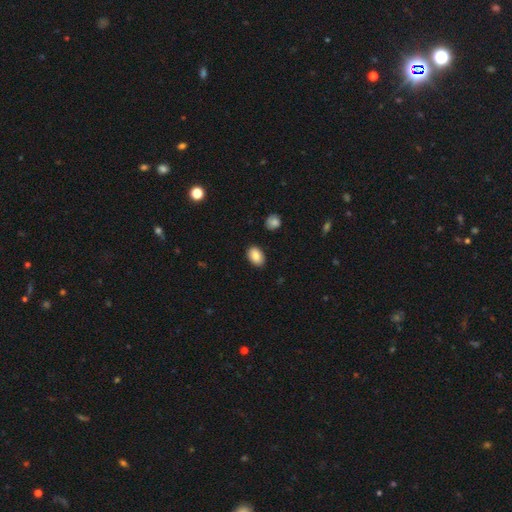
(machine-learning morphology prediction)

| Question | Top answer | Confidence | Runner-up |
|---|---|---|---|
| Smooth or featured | smooth | 86% | star or artifact (7%) |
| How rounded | in between | 88% | round (11%) |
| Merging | none | 89% | minor disturbance (8%) |